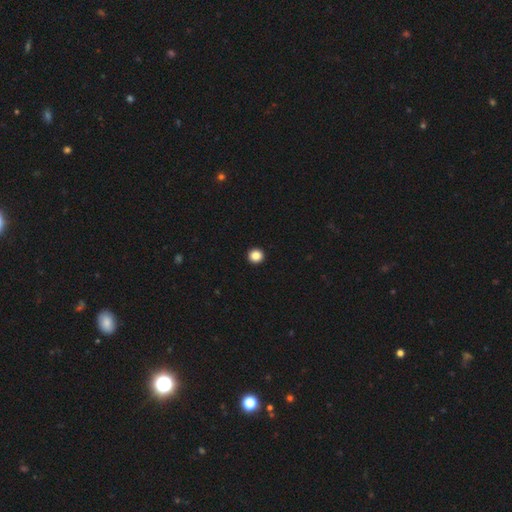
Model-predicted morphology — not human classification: type=smooth (86%); roundness=round (95%); merging=none (95%).